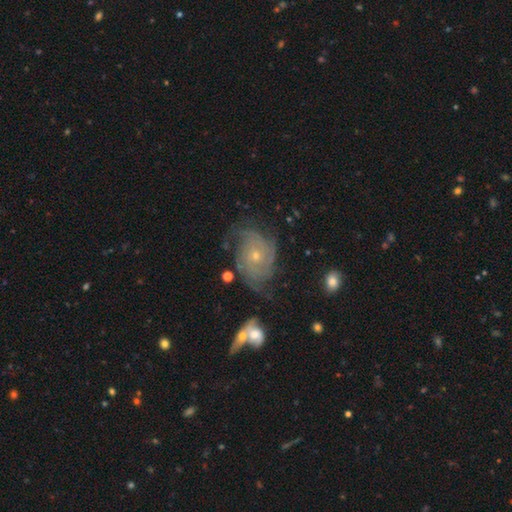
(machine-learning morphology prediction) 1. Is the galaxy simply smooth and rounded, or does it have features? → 82% featured or disk, 10% smooth, 8% star or artifact.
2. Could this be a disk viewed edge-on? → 97% no, 3% yes.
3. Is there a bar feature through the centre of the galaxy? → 79% no, 17% weak, 3% strong.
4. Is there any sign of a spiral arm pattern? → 94% yes, 6% no.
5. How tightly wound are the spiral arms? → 57% tight, 32% medium, 12% loose.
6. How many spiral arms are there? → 30% can't tell, 24% 3, 21% 2, 13% 4, 6% more than 4, 6% 1.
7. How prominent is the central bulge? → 67% small, 29% moderate, 1% none, 1% large, 1% dominant.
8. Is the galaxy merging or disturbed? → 59% none, 23% minor disturbance, 14% major disturbance, 4% merger.